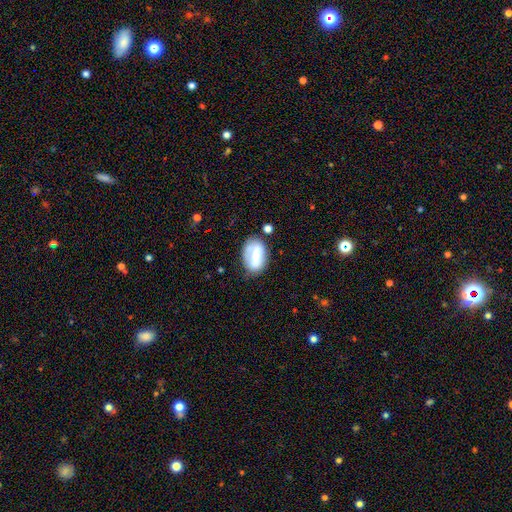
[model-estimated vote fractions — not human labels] A smooth galaxy with no disk features (55%) that is in between round and cigar-shaped (88%). Merging: none (62%).